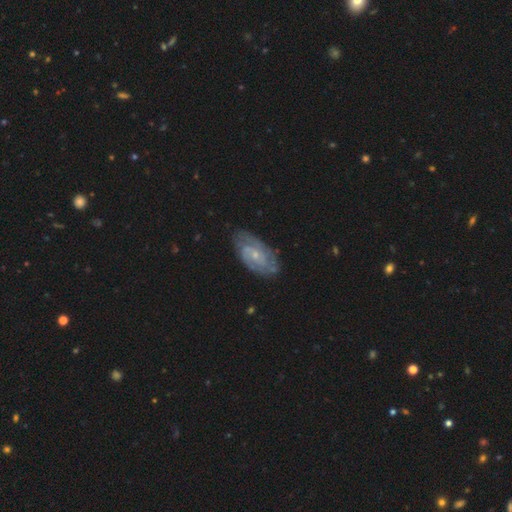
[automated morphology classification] Overall: featured or disk (80%). Edge-on disk: no (95%). Bar: no (59%; weak 35%). Spiral arms: yes (93%). Spiral arm count: 2 (44%; can't tell 30%). Spiral winding: tight (51%; medium 38%). Bulge size: small (71%). Merging: none (75%).